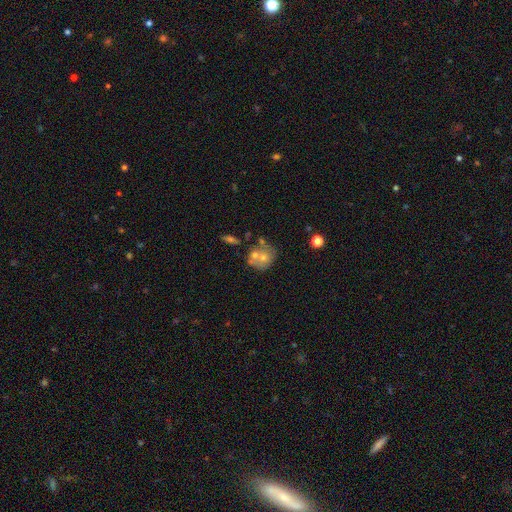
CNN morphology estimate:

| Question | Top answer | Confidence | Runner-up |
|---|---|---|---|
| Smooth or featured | smooth | 48% | featured or disk (37%) |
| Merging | none | 50% | merger (32%) |